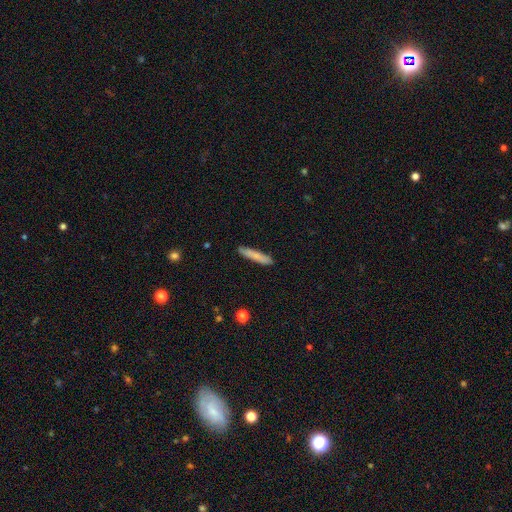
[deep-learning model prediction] Overall: smooth (76%). How rounded: cigar-shaped (92%). Merging: none (88%).